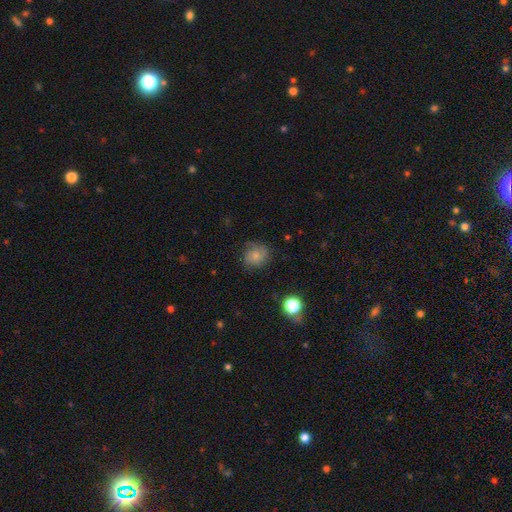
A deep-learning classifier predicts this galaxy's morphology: Q: Smooth or featured?
A: smooth (67%); runner-up: featured or disk (21%)
Q: How rounded?
A: round (77%); runner-up: in between (22%)
Q: Merging?
A: none (68%); runner-up: minor disturbance (23%)